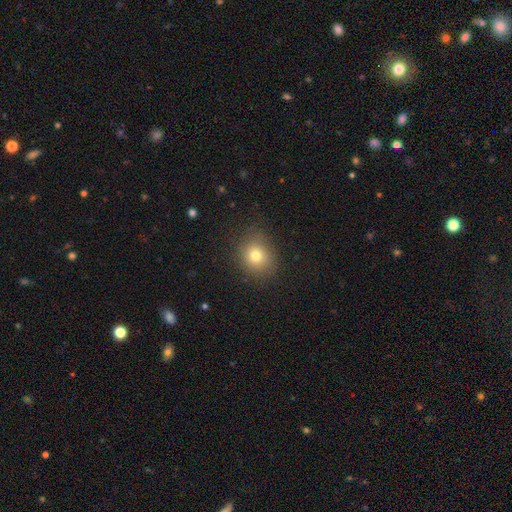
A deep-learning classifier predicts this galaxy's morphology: A smooth galaxy with no disk features (76%) that is round (72%). Merging: none (85%).